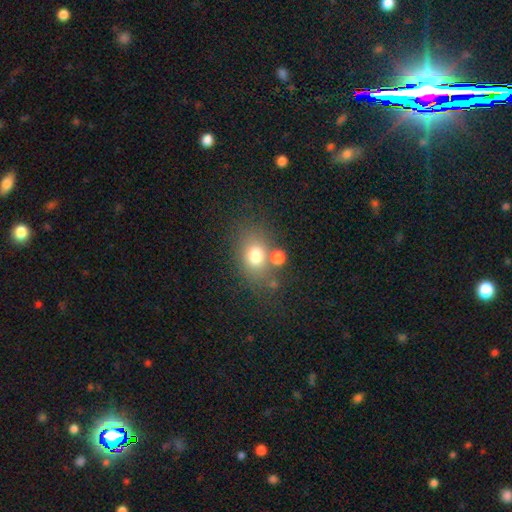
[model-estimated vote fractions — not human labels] smooth 73%, featured or disk 14%, star or artifact 13%. Down the decision tree: how rounded — in between (56%); merging — none (58%).